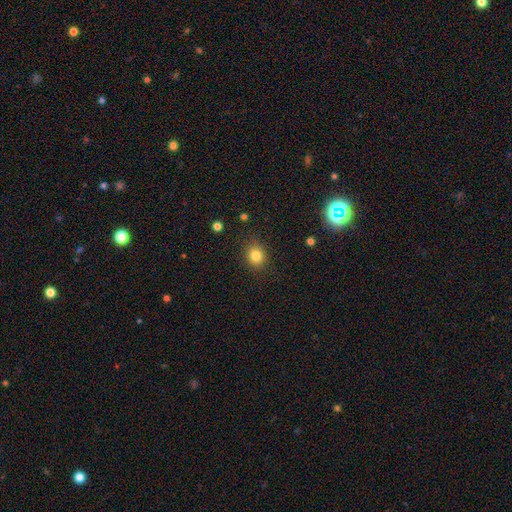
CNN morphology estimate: Smooth or featured?
  - smooth: 83% *
  - star or artifact: 11%
  - featured or disk: 6%
How rounded?
  - round: 72% *
  - in between: 27%
  - cigar-shaped: 1%
Merging?
  - none: 87% *
  - minor disturbance: 9%
  - major disturbance: 3%
  - merger: 1%